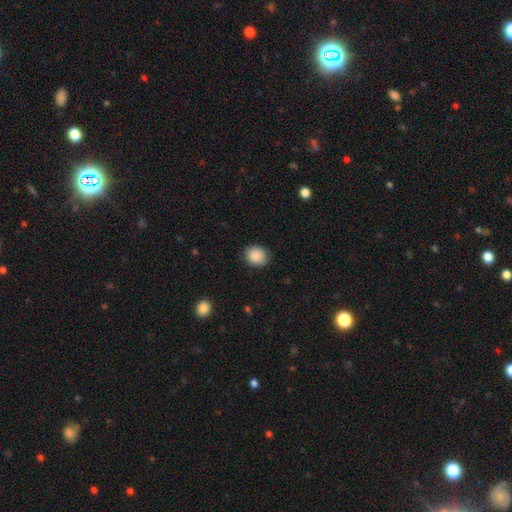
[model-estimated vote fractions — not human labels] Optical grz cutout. It shows a smooth galaxy with no disk features (89%) that is round (65%). Merging: none (86%).